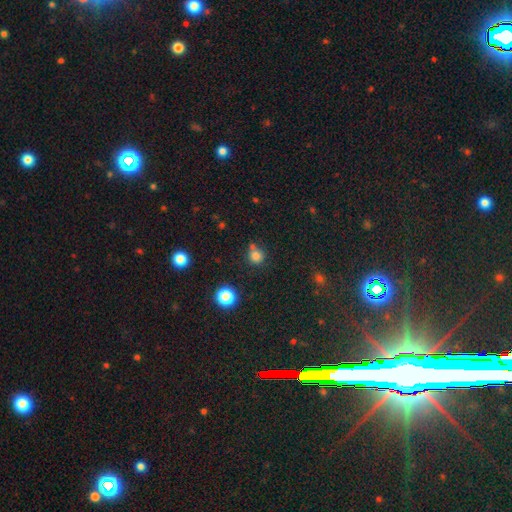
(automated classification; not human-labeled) A smooth galaxy with no disk features (79%) that is round (89%).

Vote fractions:
- Smooth or featured? smooth: 79% / star or artifact: 15% / featured or disk: 6%
- How rounded? round: 89% / in between: 10% / cigar-shaped: 1%
- Merging? none: 64% / merger: 19% / minor disturbance: 13% / major disturbance: 4%